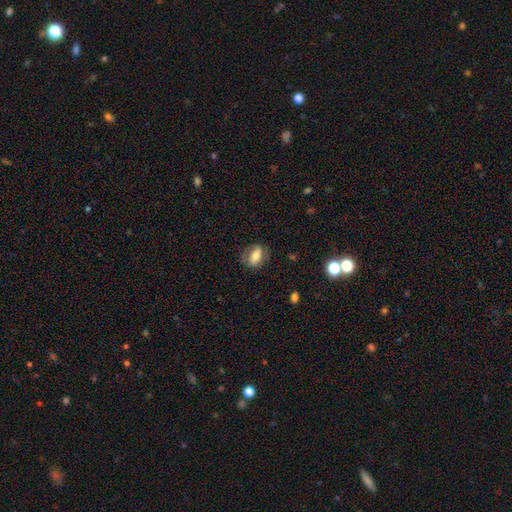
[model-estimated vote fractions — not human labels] This is possibly a smooth galaxy (60%). How rounded: likely in between (78%). Merging: likely none (74%).